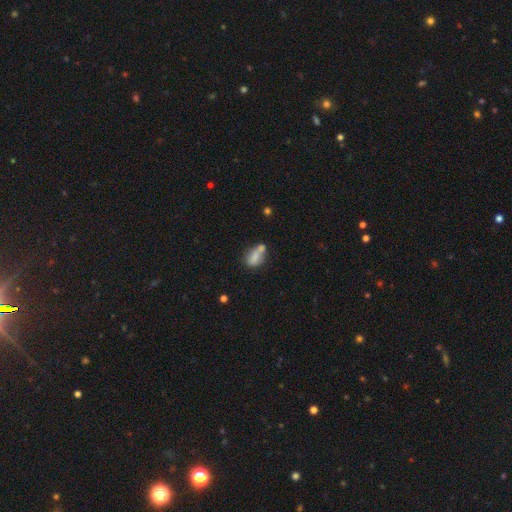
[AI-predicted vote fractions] A smooth galaxy with no disk features (69%) that is in between round and cigar-shaped (76%).

Vote fractions:
- Smooth or featured? smooth: 69% / featured or disk: 21% / star or artifact: 10%
- How rounded? in between: 76% / cigar-shaped: 14% / round: 10%
- Merging? none: 37% / merger: 33% / minor disturbance: 20% / major disturbance: 10%